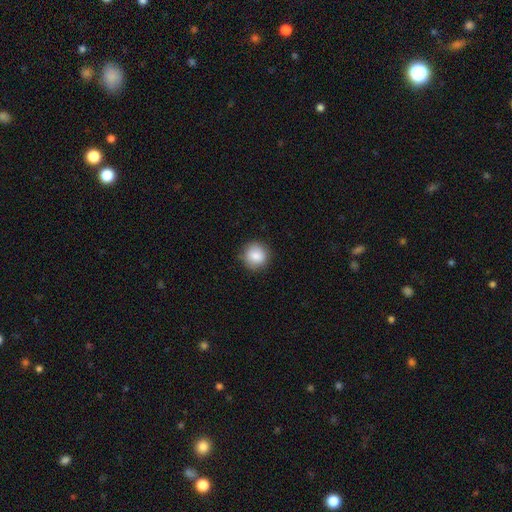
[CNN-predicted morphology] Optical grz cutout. It shows a smooth galaxy with no disk features (86%) that is round (91%). Merging: none (88%).